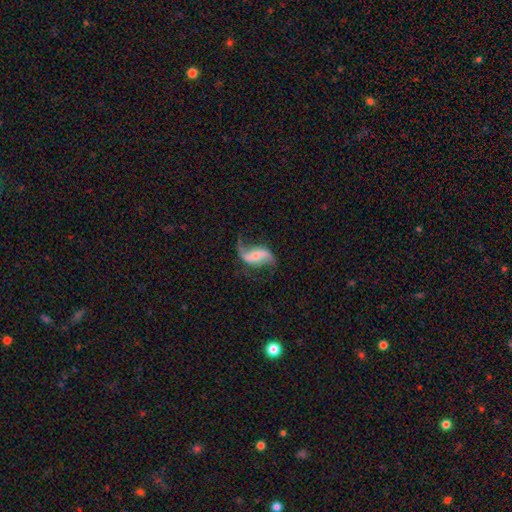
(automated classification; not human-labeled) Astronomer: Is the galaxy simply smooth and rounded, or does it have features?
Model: featured or disk — 87%.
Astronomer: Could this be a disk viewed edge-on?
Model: no — 97%.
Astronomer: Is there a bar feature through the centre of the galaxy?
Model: strong — 37%, tied with weak at 37%.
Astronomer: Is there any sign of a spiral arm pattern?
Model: yes — 96%.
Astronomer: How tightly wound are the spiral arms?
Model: loose — 83%.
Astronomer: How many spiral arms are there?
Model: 2 — 90%.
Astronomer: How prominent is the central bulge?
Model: small — 52% (runner-up: moderate, 31%).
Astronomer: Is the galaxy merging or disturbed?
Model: none — 69%.